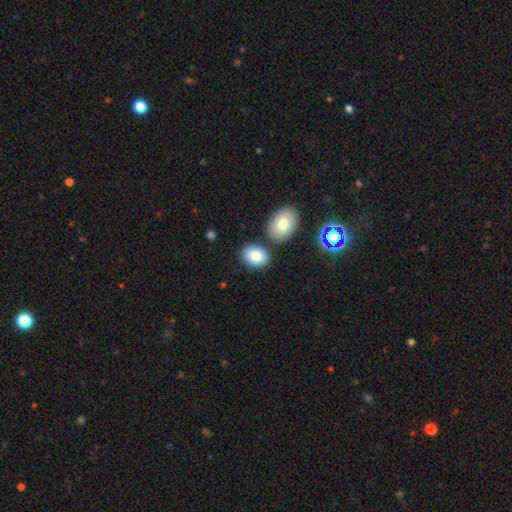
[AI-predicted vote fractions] Q: Smooth or featured?
A: smooth (83%); runner-up: featured or disk (9%)
Q: How rounded?
A: in between (76%); runner-up: round (23%)
Q: Merging?
A: none (72%); runner-up: merger (13%)